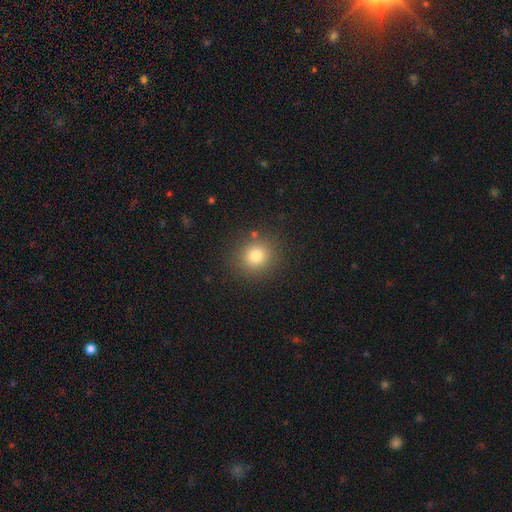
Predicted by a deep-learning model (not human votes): Morphology: type=smooth (78%); roundness=round (88%); merging=none (87%).